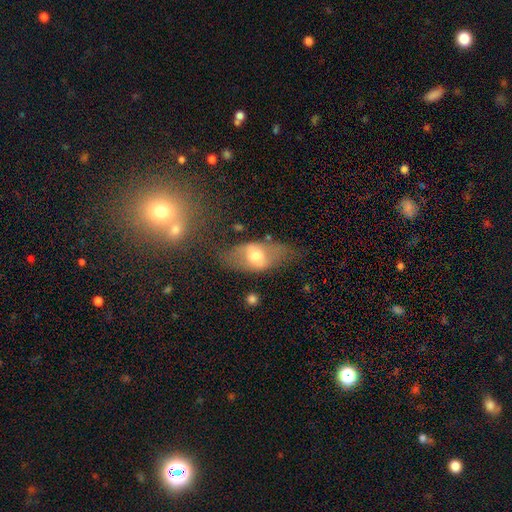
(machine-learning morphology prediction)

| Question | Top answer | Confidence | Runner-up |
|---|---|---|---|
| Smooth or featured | smooth | 48% | featured or disk (45%) |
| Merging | none | 56% | minor disturbance (24%) |